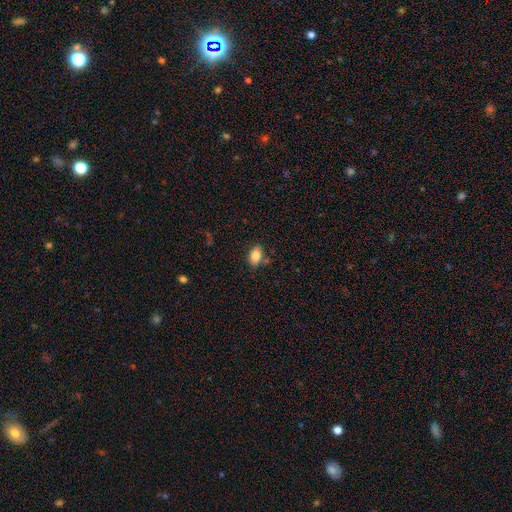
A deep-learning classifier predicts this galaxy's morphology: Q: Smooth or featured?
A: smooth (84%); runner-up: star or artifact (9%)
Q: How rounded?
A: in between (86%); runner-up: round (13%)
Q: Merging?
A: none (80%); runner-up: minor disturbance (12%)